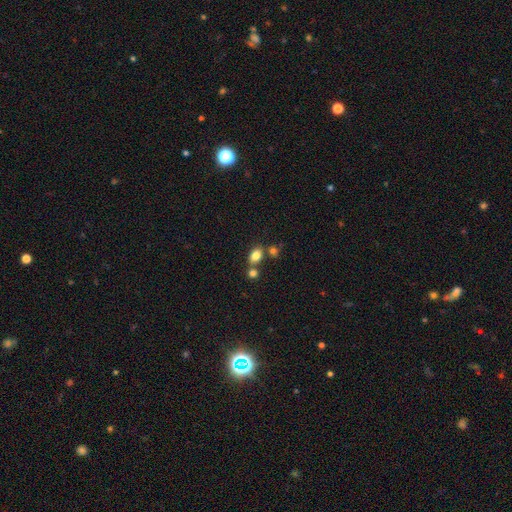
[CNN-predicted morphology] type=smooth (81%); roundness=in between (77%); merging=none (59%).